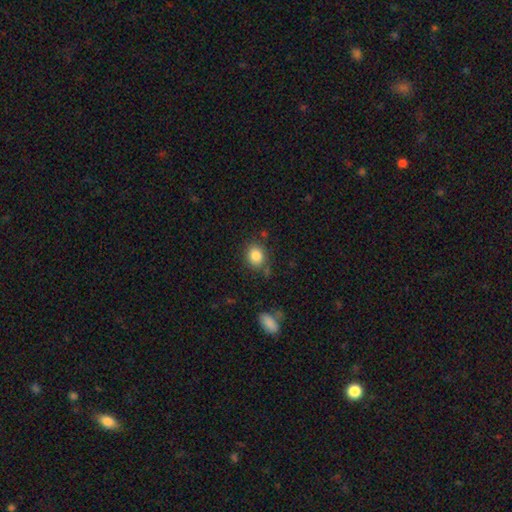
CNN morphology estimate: A smooth galaxy with no disk features (84%) that is round (62%). Merging: none (79%).